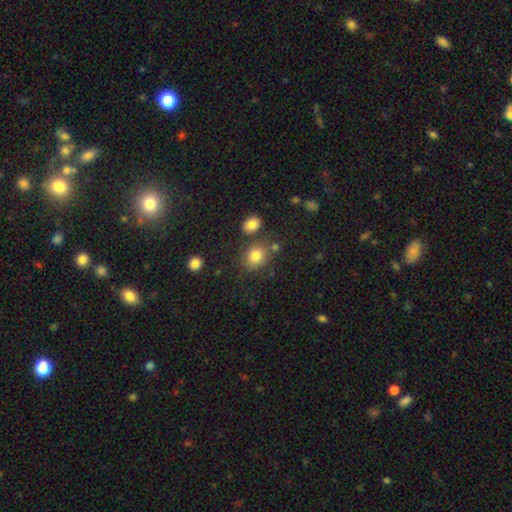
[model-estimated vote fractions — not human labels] Smooth or featured? Predicted: smooth (p=0.81). How rounded? Predicted: round (p=0.55). Merging? Predicted: none (p=0.71).